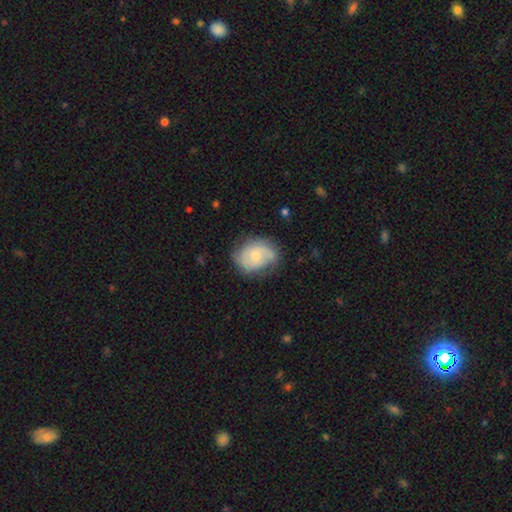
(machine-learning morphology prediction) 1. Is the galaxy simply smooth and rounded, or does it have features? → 64% featured or disk, 29% smooth, 6% star or artifact.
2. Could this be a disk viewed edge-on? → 97% no, 3% yes.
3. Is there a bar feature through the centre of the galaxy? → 69% no, 27% weak, 4% strong.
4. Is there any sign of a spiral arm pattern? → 88% yes, 12% no.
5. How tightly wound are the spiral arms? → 43% tight, 41% medium, 17% loose.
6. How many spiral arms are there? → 58% 2, 23% can't tell, 9% 3, 6% 1, 2% 4, 2% more than 4.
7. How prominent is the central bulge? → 58% small, 35% moderate, 4% none, 2% large, 1% dominant.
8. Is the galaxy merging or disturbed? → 67% none, 23% minor disturbance, 8% major disturbance, 2% merger.